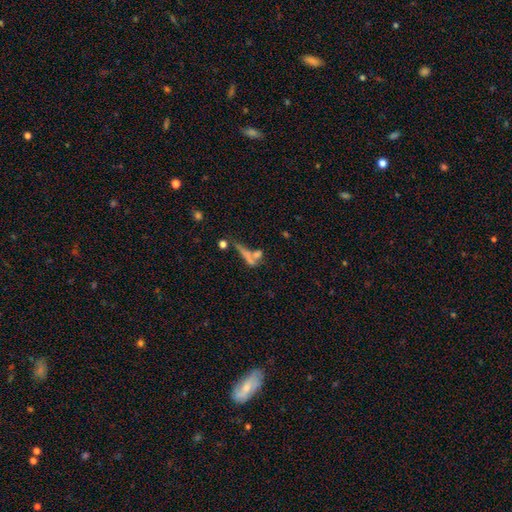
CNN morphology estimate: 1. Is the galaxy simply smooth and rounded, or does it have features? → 49% smooth, 32% featured or disk, 19% star or artifact.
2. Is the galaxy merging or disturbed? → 44% none, 32% merger, 12% minor disturbance, 12% major disturbance.